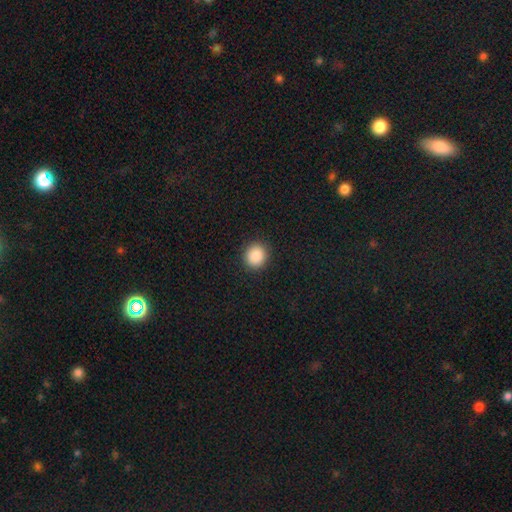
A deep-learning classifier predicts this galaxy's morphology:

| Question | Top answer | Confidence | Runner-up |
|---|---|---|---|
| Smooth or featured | smooth | 89% | star or artifact (9%) |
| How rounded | round | 86% | in between (13%) |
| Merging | none | 91% | minor disturbance (6%) |